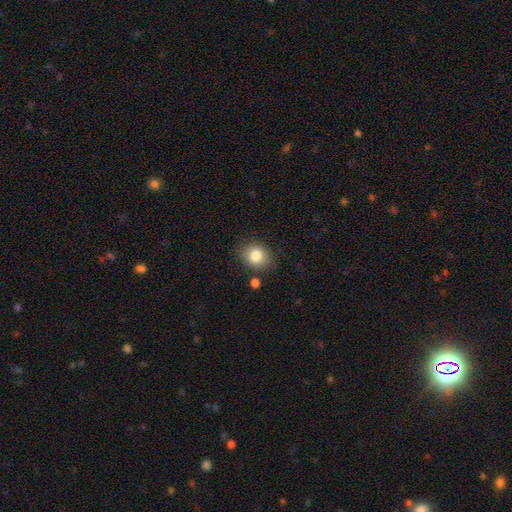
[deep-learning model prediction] Morphology: type=smooth (83%); roundness=round (58%); merging=none (80%).